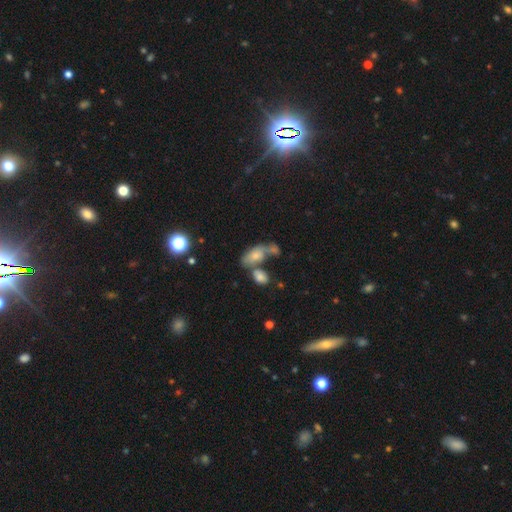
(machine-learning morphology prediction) A smooth galaxy with no disk features (67%) that is in between round and cigar-shaped (88%).

Vote fractions:
- Smooth or featured? smooth: 67% / featured or disk: 23% / star or artifact: 10%
- How rounded? in between: 88% / cigar-shaped: 6% / round: 5%
- Merging? merger: 41% / none: 32% / minor disturbance: 16% / major disturbance: 11%